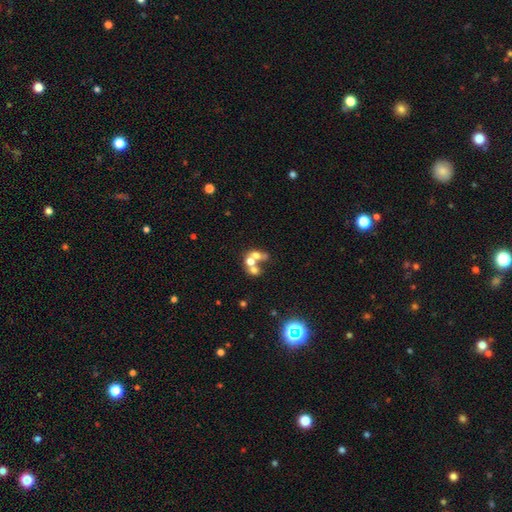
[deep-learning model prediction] smooth 53%, featured or disk 31%, star or artifact 16%. Down the decision tree: how rounded — in between (55%); merging — merger (63%).